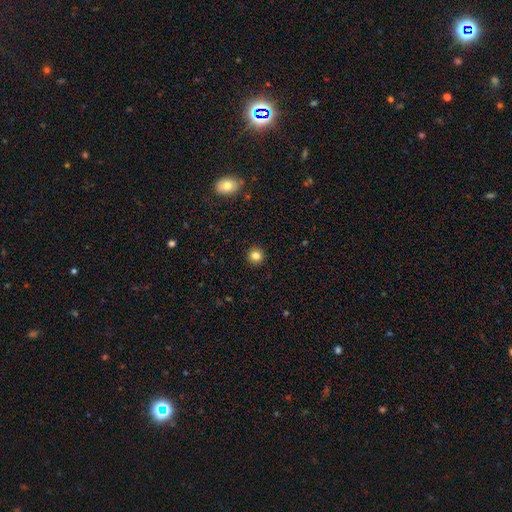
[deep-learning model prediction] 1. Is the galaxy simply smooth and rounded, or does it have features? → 82% smooth, 12% star or artifact, 6% featured or disk.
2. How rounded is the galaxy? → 93% round, 6% in between, 1% cigar-shaped.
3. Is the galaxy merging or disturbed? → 92% none, 5% minor disturbance, 2% major disturbance, 1% merger.